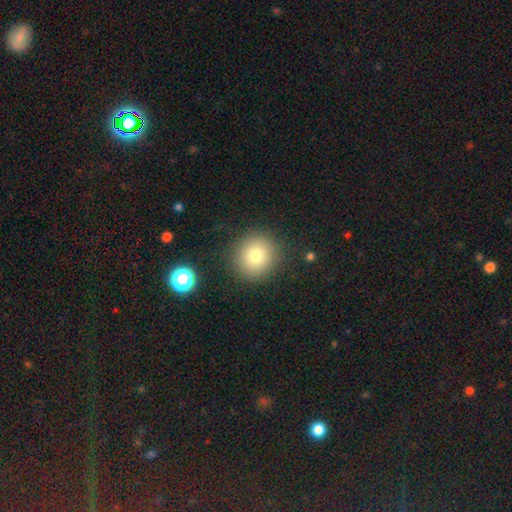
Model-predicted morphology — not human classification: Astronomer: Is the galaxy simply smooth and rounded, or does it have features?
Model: smooth — 77%.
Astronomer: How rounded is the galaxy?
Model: round — 90%.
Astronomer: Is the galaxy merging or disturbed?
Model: none — 88%.